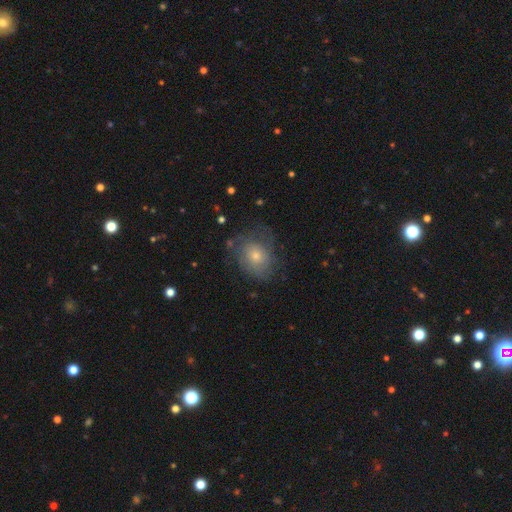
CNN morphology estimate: smooth 45%, featured or disk 43%, star or artifact 12%. Down the decision tree: merging — none (64%).